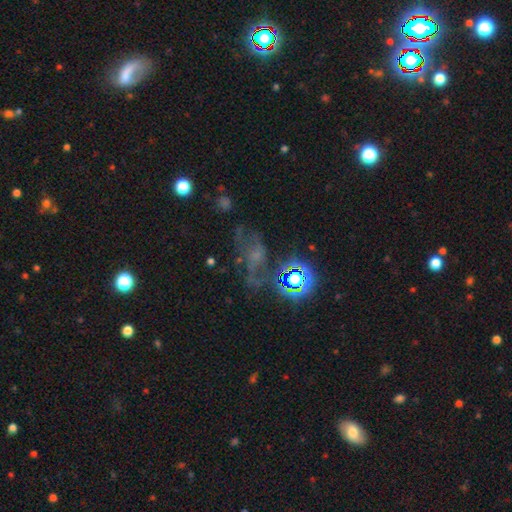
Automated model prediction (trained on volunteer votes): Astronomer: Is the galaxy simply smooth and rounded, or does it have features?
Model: star or artifact — 37% (runner-up: featured or disk, 35%).